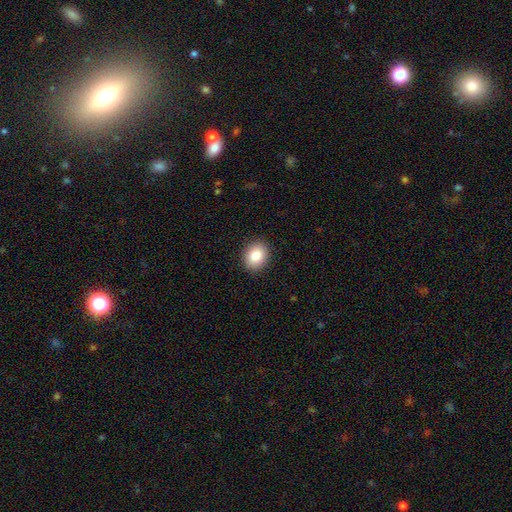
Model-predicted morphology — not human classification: This is clearly a smooth galaxy (86%). How rounded: possibly in between (51%). Merging: clearly none (90%).